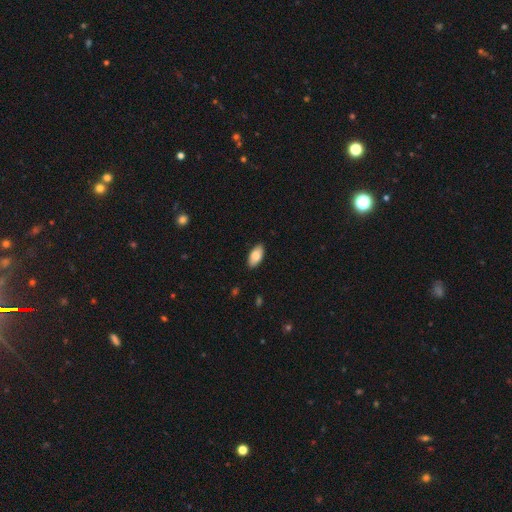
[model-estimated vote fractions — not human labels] Smooth or featured? Predicted: smooth (p=0.82). How rounded? Predicted: in between (p=0.94). Merging? Predicted: none (p=0.88).